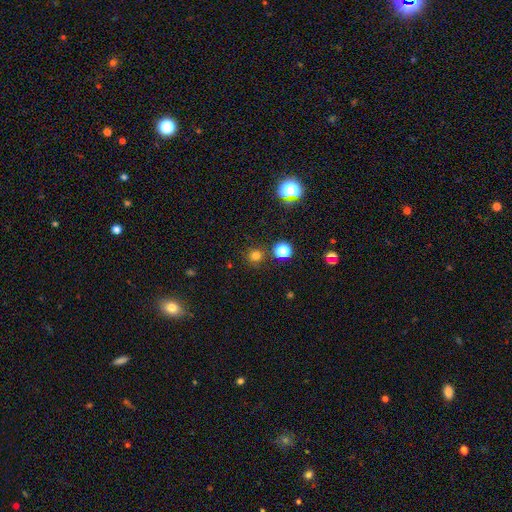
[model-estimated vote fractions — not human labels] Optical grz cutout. It shows a smooth galaxy with no disk features (73%) that is round (94%). Merging: none (85%).